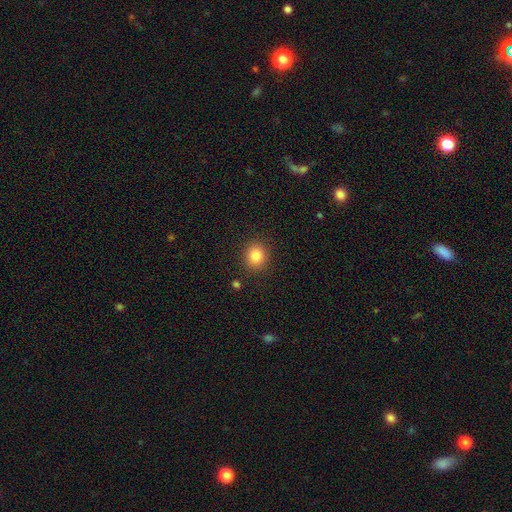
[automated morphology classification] Q: Smooth or featured?
A: smooth (84%); runner-up: star or artifact (10%)
Q: How rounded?
A: round (76%); runner-up: in between (23%)
Q: Merging?
A: none (88%); runner-up: minor disturbance (8%)